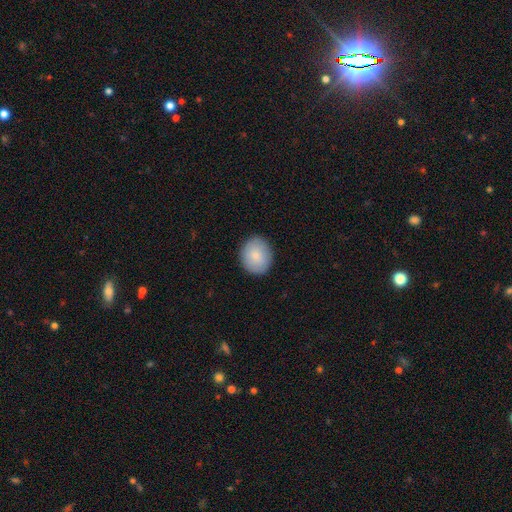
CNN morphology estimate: Smooth or featured? Predicted: smooth (p=0.84). How rounded? Predicted: round (p=0.68). Merging? Predicted: none (p=0.88).